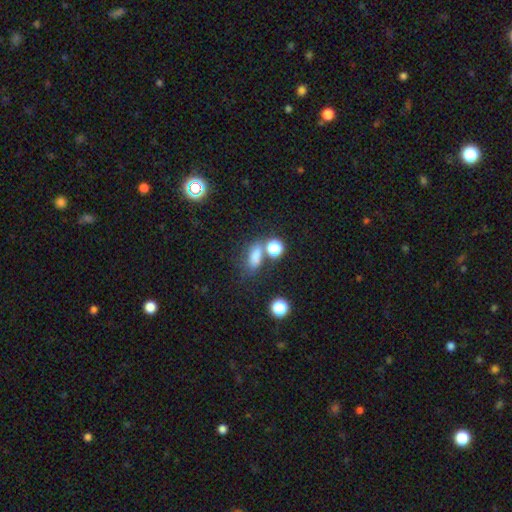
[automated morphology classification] This appears to be a smooth galaxy with no disk features (74%) that is in between round and cigar-shaped (72%). Merging: none (52%).